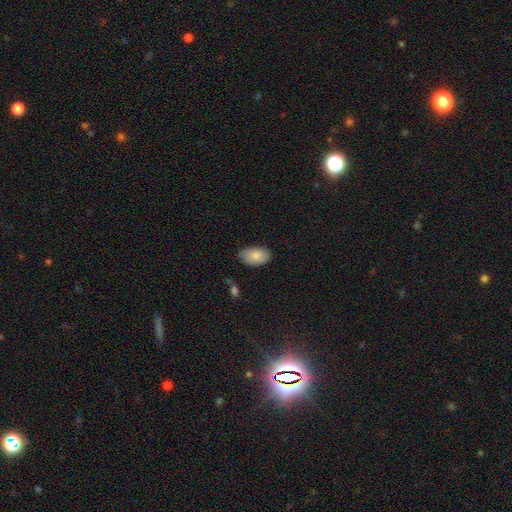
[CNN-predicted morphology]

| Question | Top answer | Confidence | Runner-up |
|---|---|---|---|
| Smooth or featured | smooth | 83% | featured or disk (10%) |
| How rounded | in between | 94% | round (5%) |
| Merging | none | 77% | minor disturbance (19%) |